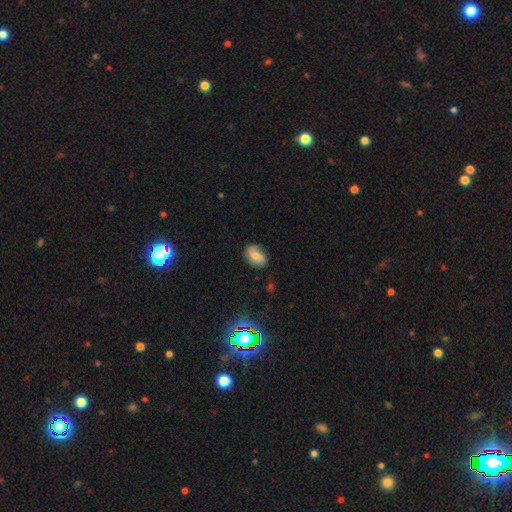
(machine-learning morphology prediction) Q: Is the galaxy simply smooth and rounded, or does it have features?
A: smooth — 66%.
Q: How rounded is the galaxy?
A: in between — 82%.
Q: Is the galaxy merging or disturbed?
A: none — 74%.